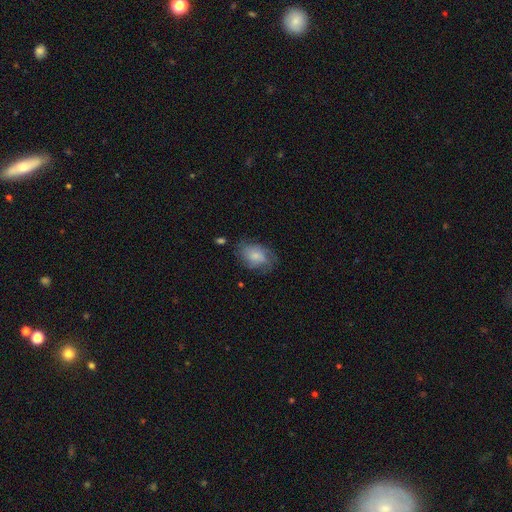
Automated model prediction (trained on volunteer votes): Overall: smooth (61%; featured or disk 31%). How rounded: in between (77%). Merging: none (55%; minor disturbance 28%).